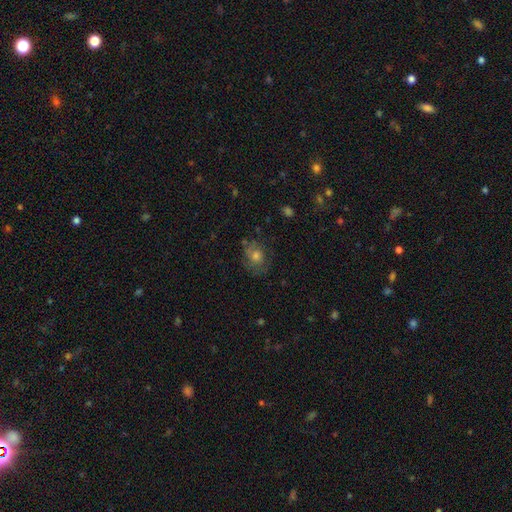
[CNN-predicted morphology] type=smooth (46%); merging=none (68%).